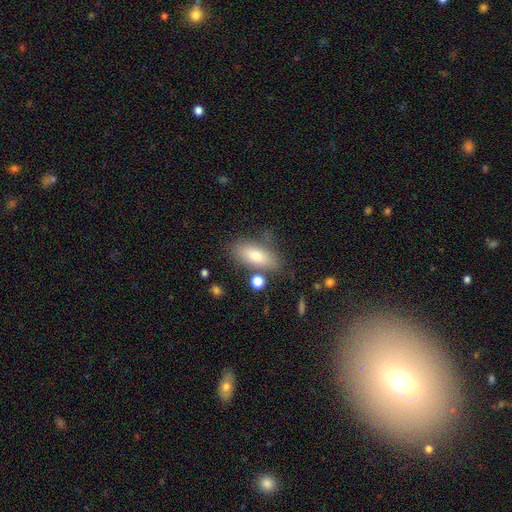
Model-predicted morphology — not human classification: A smooth galaxy with no disk features (78%) that is in between round and cigar-shaped (79%). Merging: none (74%).